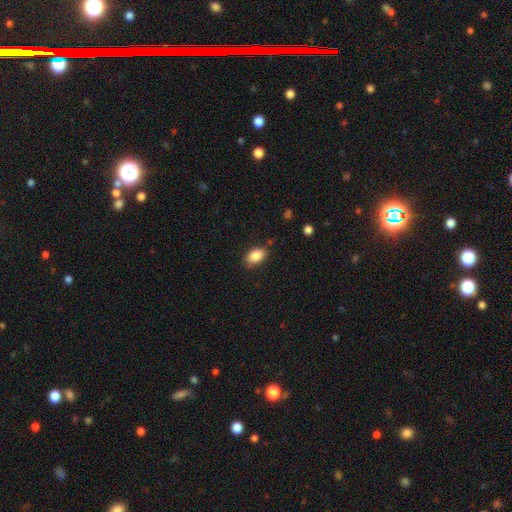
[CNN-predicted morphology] This is clearly a smooth galaxy (87%). How rounded: clearly in between (89%). Merging: likely none (77%).